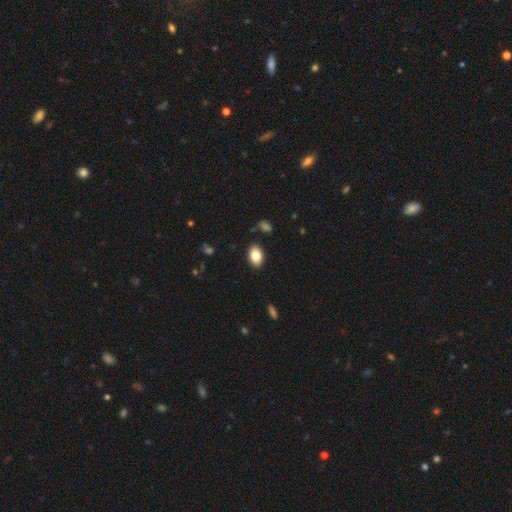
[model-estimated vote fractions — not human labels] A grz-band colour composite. It shows a smooth galaxy with no disk features (84%) that is in between round and cigar-shaped (86%). Merging: none (88%).